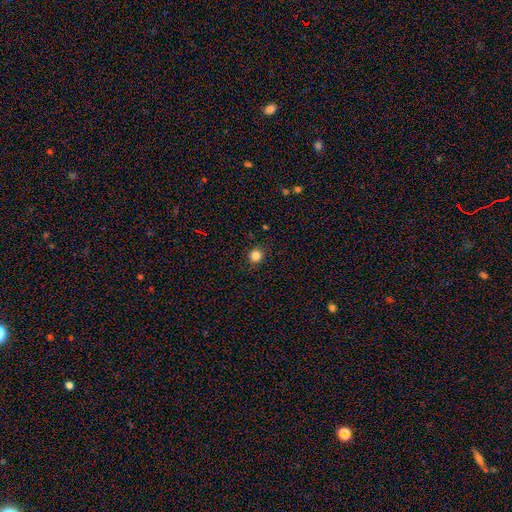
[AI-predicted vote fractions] Smooth or featured: smooth — 83% (star or artifact — 13%)
How rounded: round — 91% (in between — 8%)
Merging: none — 89% (minor disturbance — 7%)